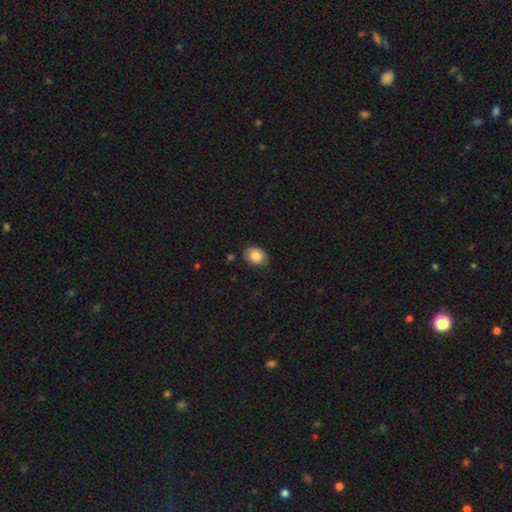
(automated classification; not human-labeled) smooth 85%, star or artifact 8%, featured or disk 7%. Down the decision tree: how rounded — in between (66%); merging — none (80%).